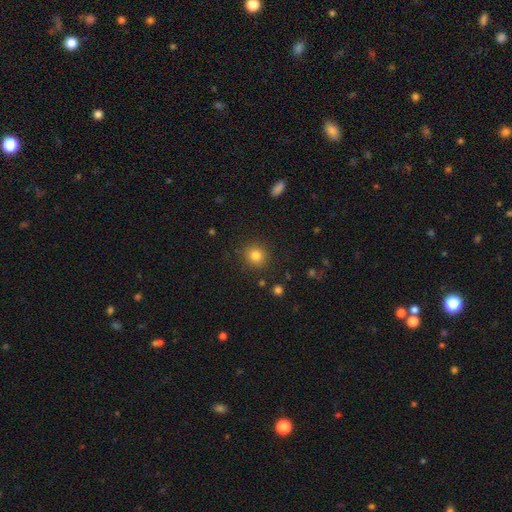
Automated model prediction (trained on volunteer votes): smooth 82%, star or artifact 12%, featured or disk 6%. Down the decision tree: how rounded — round (90%); merging — none (89%).